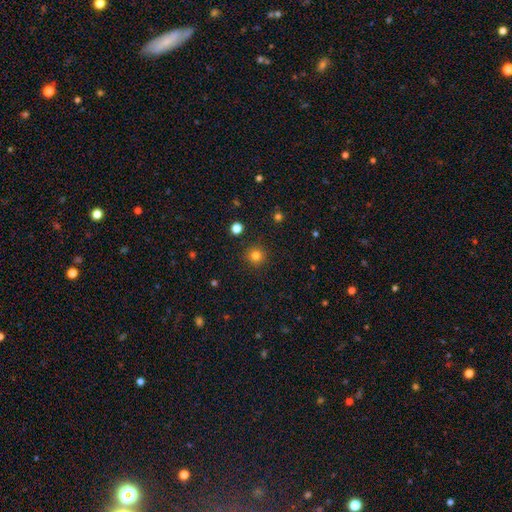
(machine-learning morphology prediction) A smooth galaxy with no disk features (81%) that is round (95%). Merging: none (91%).